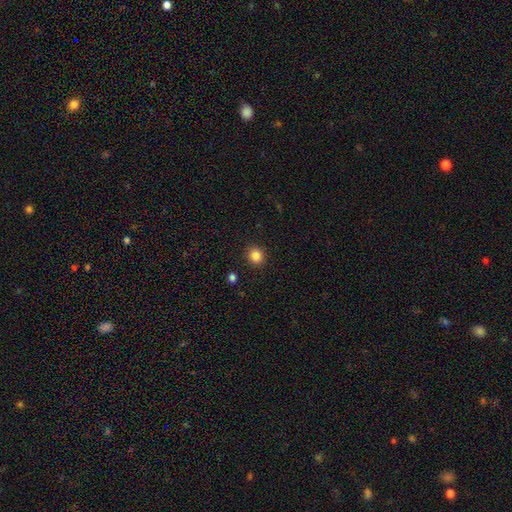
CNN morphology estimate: Smooth or featured? smooth (85%)
How rounded? round (78%)
Merging? none (90%)